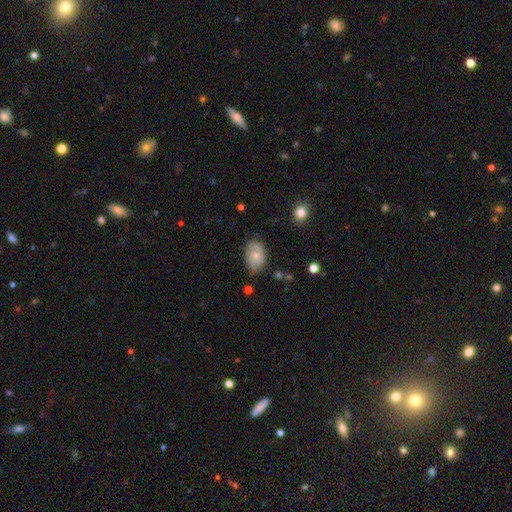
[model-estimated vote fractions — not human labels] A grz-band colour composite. It shows a smooth galaxy with no disk features (64%) that is in between round and cigar-shaped (86%). Merging: none (65%).